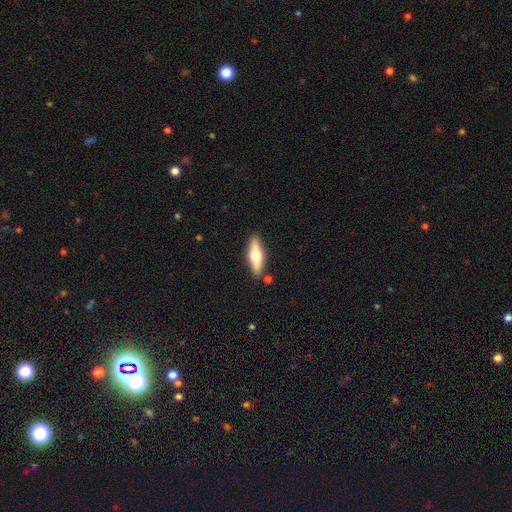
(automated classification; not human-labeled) A smooth galaxy with no disk features (55%) that is in between round and cigar-shaped (50%).

Vote fractions:
- Smooth or featured? smooth: 55% / featured or disk: 39% / star or artifact: 6%
- How rounded? in between: 50% / cigar-shaped: 47% / round: 2%
- Merging? none: 85% / minor disturbance: 9% / merger: 3% / major disturbance: 2%